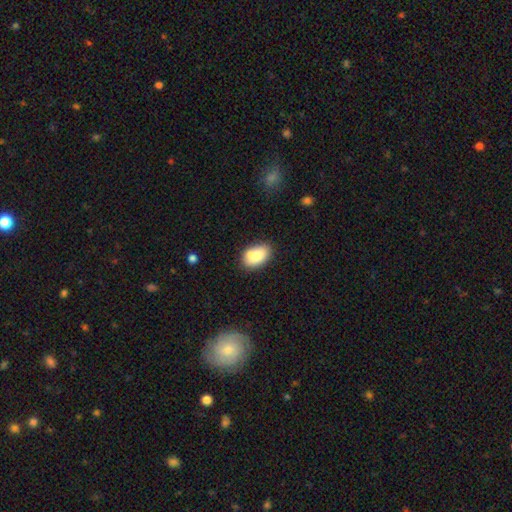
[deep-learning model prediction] smooth-or-featured: smooth: 84% | featured or disk: 9% | star or artifact: 7%
  how-rounded: in between: 90% | round: 9% | cigar-shaped: 1%
  merging: none: 72% | minor disturbance: 19% | merger: 6% | major disturbance: 4%